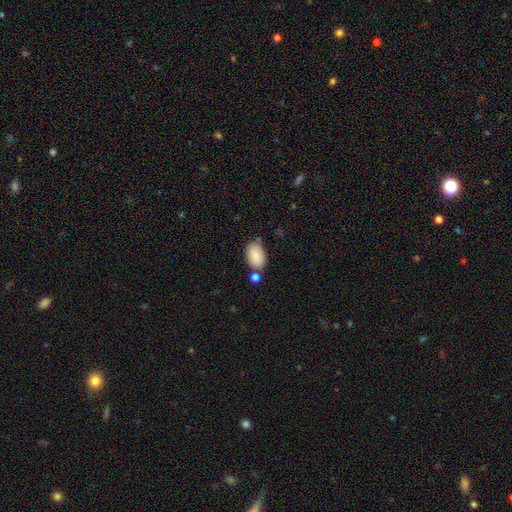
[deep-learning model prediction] smooth_or_featured: smooth (p=0.87) [alt: featured or disk p=0.07]
how_rounded: in between (p=0.93) [alt: round p=0.06]
merging: none (p=0.67) [alt: minor disturbance p=0.15]